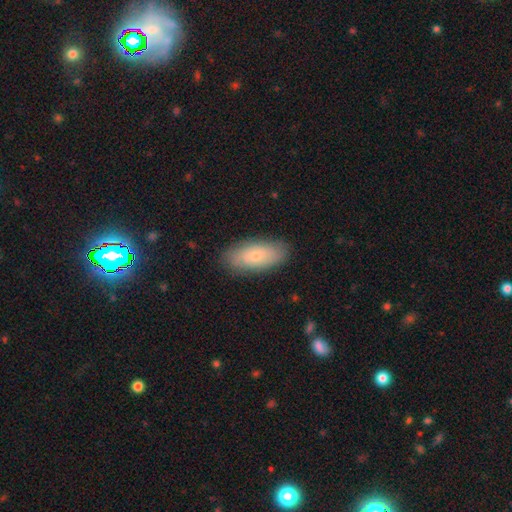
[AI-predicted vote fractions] Q: Smooth or featured?
A: smooth (69%); runner-up: featured or disk (25%)
Q: How rounded?
A: in between (89%); runner-up: cigar-shaped (8%)
Q: Merging?
A: none (84%); runner-up: minor disturbance (12%)